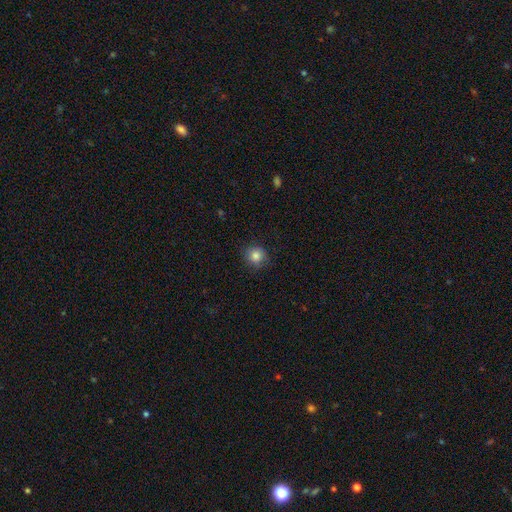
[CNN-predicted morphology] smooth 84%, star or artifact 10%, featured or disk 6%. Down the decision tree: how rounded — round (91%); merging — none (85%).